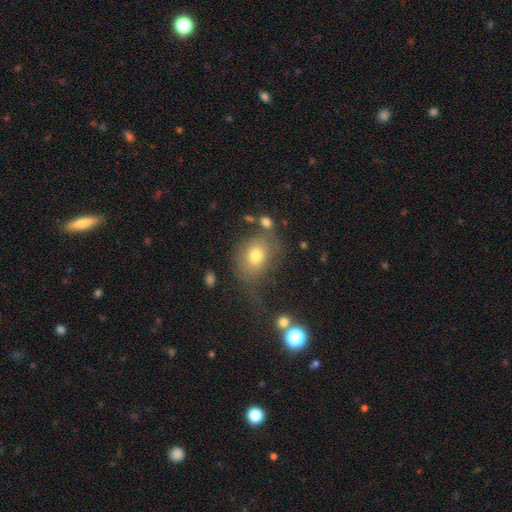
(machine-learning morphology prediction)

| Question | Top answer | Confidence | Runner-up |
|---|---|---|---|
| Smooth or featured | smooth | 72% | featured or disk (15%) |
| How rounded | in between | 51% | round (47%) |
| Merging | none | 55% | minor disturbance (21%) |